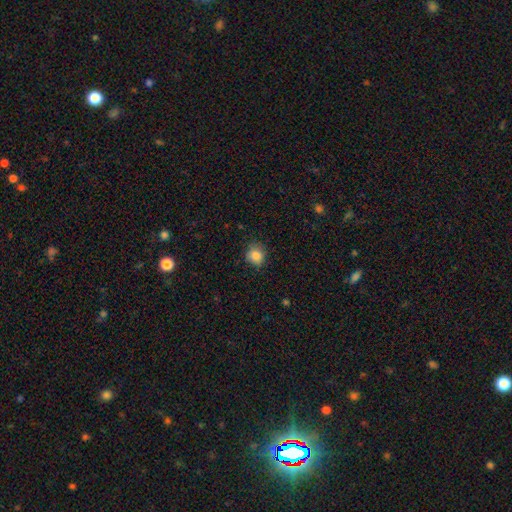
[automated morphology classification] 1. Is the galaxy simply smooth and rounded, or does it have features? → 84% smooth, 10% star or artifact, 6% featured or disk.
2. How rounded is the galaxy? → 83% round, 16% in between, 1% cigar-shaped.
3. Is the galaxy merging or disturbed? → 78% none, 18% minor disturbance, 4% major disturbance, 1% merger.